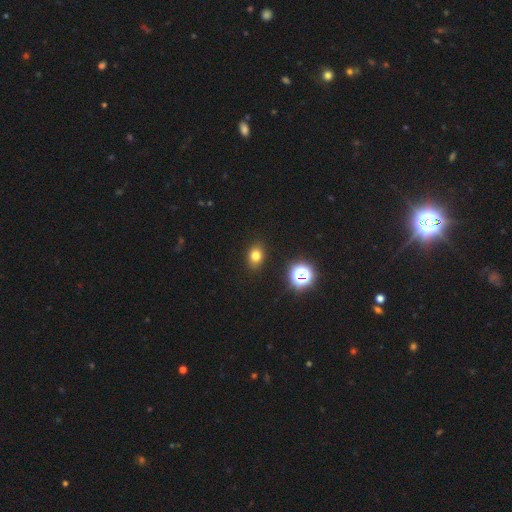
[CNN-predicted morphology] Overall: smooth (76%). How rounded: in between (62%; round 37%). Merging: none (88%).